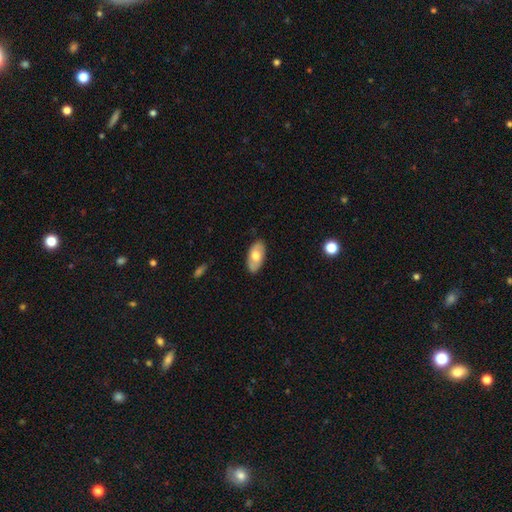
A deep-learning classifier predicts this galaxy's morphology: Smooth or featured? smooth (62%)
How rounded? in between (93%)
Merging? none (82%)